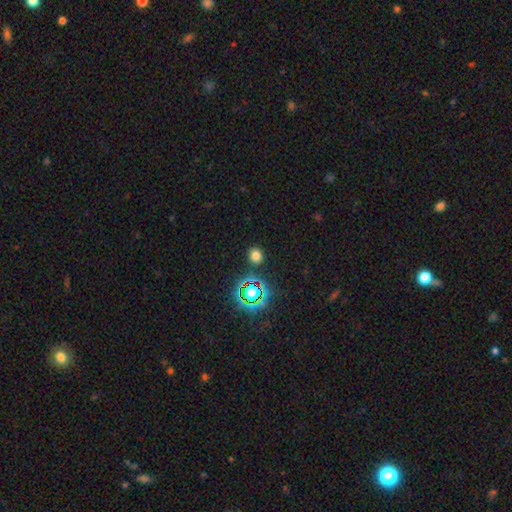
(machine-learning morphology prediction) smooth 71%, star or artifact 23%, featured or disk 6%. Down the decision tree: how rounded — round (78%); merging — none (87%).